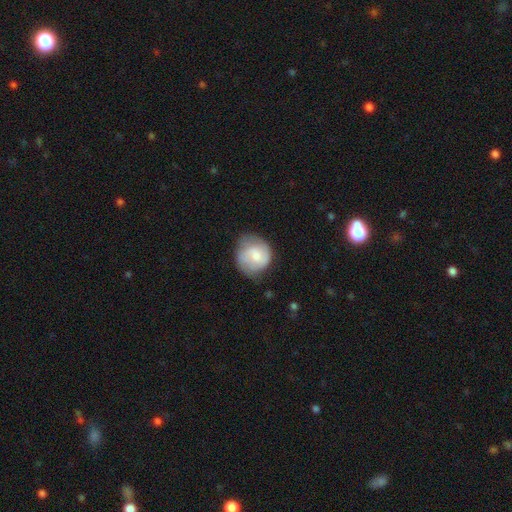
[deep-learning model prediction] Q: Smooth or featured?
A: smooth (60%); runner-up: featured or disk (34%)
Q: How rounded?
A: round (80%); runner-up: in between (19%)
Q: Merging?
A: none (57%); runner-up: minor disturbance (31%)